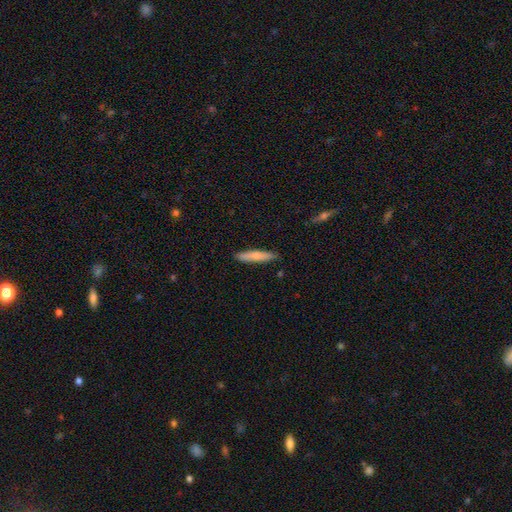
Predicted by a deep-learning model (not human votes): This is likely a smooth galaxy (75%). How rounded: clearly cigar-shaped (87%). Merging: clearly none (88%).